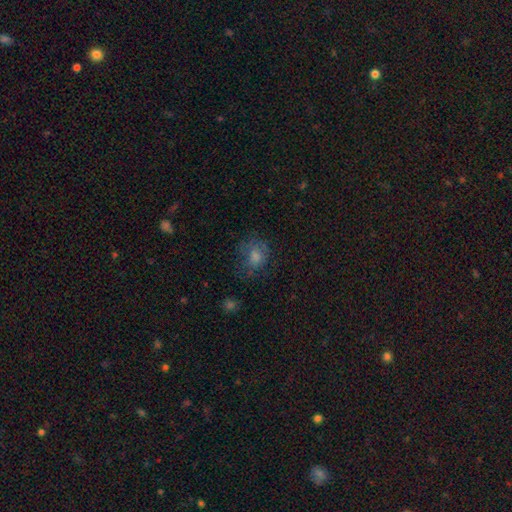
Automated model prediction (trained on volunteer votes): smooth-or-featured: smooth: 63% | star or artifact: 19% | featured or disk: 19%
  how-rounded: round: 64% | in between: 34% | cigar-shaped: 1%
  merging: none: 61% | minor disturbance: 22% | major disturbance: 16% | merger: 2%